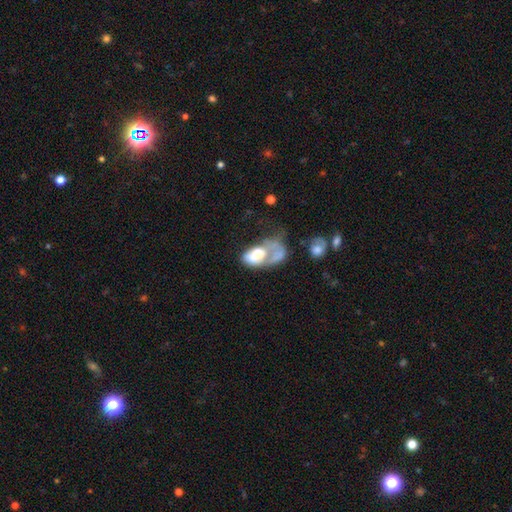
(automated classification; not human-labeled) Smooth or featured?
  - smooth: 49% *
  - featured or disk: 41%
  - star or artifact: 10%
Merging?
  - major disturbance: 45% *
  - merger: 27%
  - minor disturbance: 14%
  - none: 14%